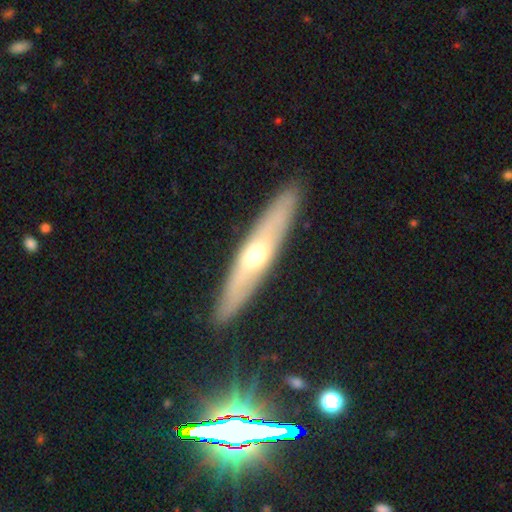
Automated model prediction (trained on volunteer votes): The model was most divided on "smooth or featured": featured or disk: 56%, smooth: 37%, star or artifact: 7%. More confident: merging — none (89%); edge-on disk — yes (78%).